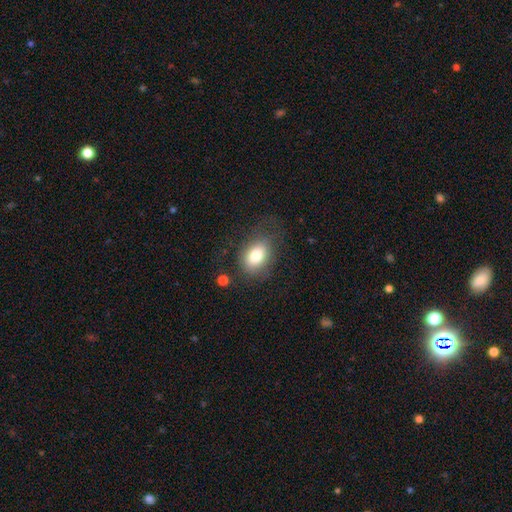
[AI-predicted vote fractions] This is likely a smooth galaxy (79%). How rounded: likely in between (77%). Merging: likely none (68%).